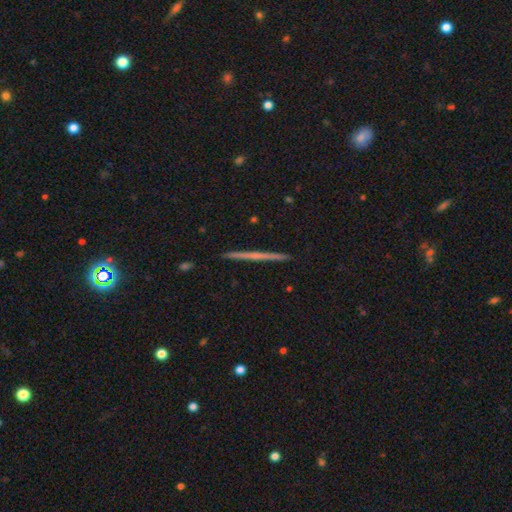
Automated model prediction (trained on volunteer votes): Smooth or featured?
  - featured or disk: 60% *
  - smooth: 34%
  - star or artifact: 6%
Edge-on disk?
  - yes: 98% *
  - no: 2%
Edge-on bulge?
  - none: 82% *
  - rounded: 14%
  - boxy: 4%
Merging?
  - none: 93% *
  - minor disturbance: 4%
  - merger: 1%
  - major disturbance: 1%